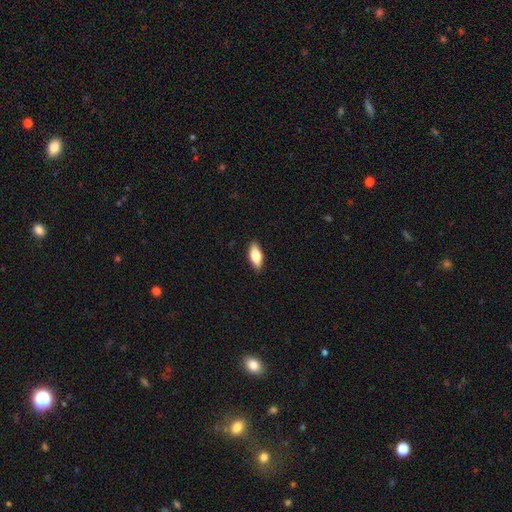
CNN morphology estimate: smooth 73%, featured or disk 21%, star or artifact 6%. Down the decision tree: how rounded — in between (77%); merging — none (88%).